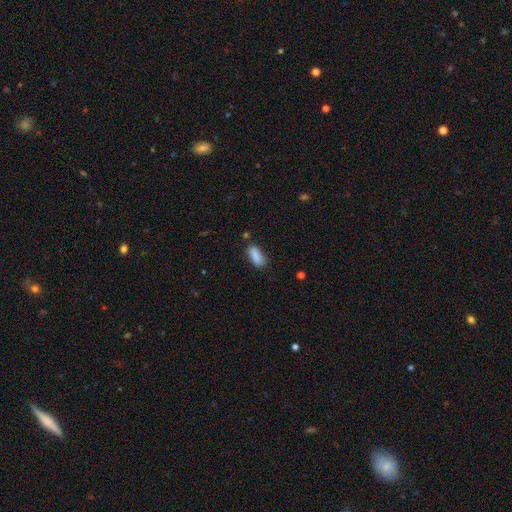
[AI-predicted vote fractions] The model was most divided on "merging": none: 75%, minor disturbance: 18%, major disturbance: 4%, merger: 3%. More confident: smooth or featured — smooth (88%); how rounded — in between (82%).